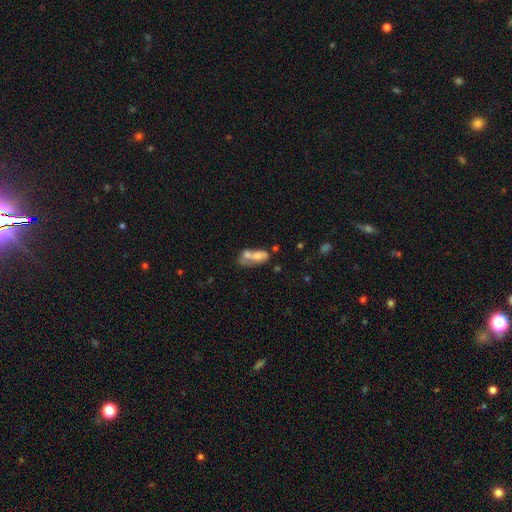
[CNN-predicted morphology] Smooth or featured: smooth — 60% (featured or disk — 29%)
How rounded: in between — 80% (cigar-shaped — 10%)
Merging: merger — 65% (none — 16%)